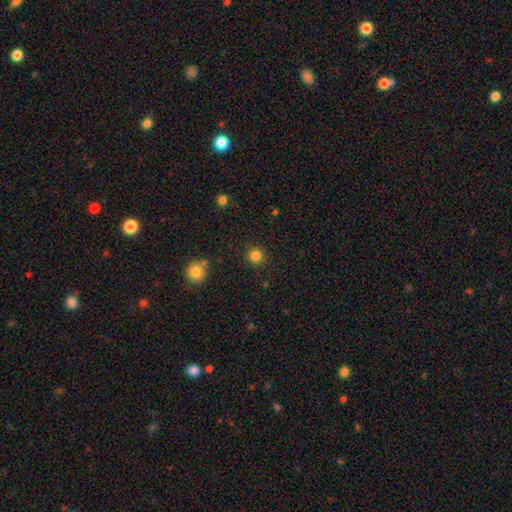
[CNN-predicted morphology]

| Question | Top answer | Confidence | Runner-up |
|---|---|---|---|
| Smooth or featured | smooth | 84% | star or artifact (12%) |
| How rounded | round | 94% | in between (5%) |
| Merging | none | 89% | minor disturbance (6%) |